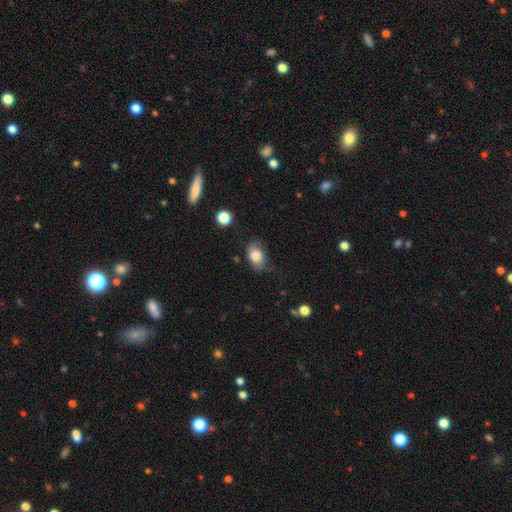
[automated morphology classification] Smooth or featured? Predicted: smooth (p=0.81). How rounded? Predicted: in between (p=0.77). Merging? Predicted: none (p=0.58).